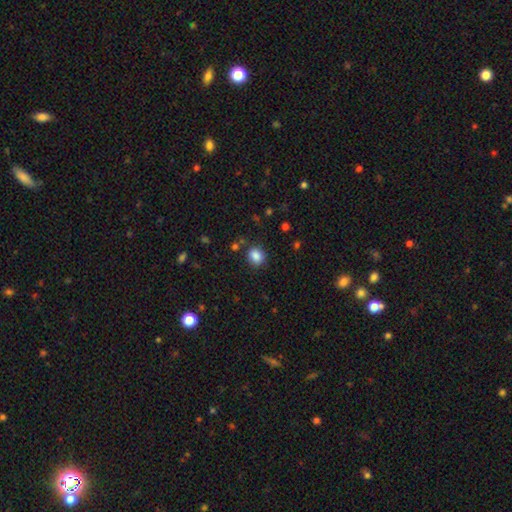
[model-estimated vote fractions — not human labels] Morphology: type=smooth (86%); roundness=round (69%); merging=none (84%).